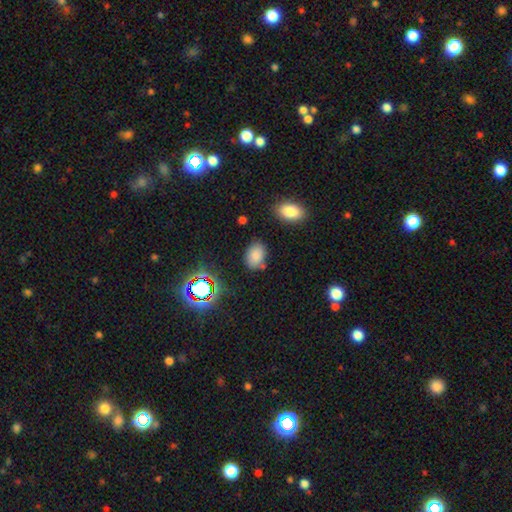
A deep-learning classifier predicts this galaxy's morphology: Smooth or featured? smooth (79%)
How rounded? in between (81%)
Merging? none (71%)